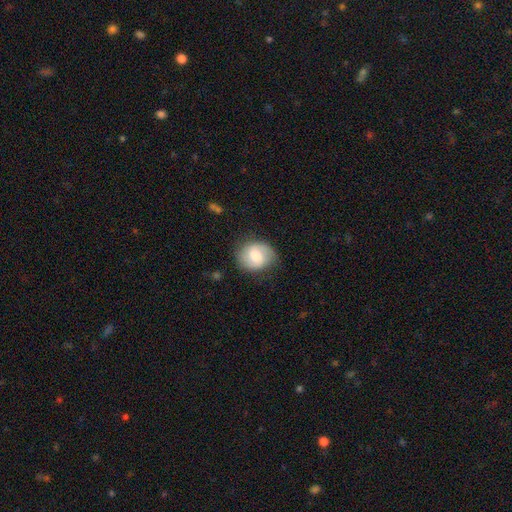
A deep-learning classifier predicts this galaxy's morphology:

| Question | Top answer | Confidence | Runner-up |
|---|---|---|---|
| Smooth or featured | smooth | 51% | featured or disk (42%) |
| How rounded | round | 69% | in between (30%) |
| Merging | none | 80% | minor disturbance (14%) |